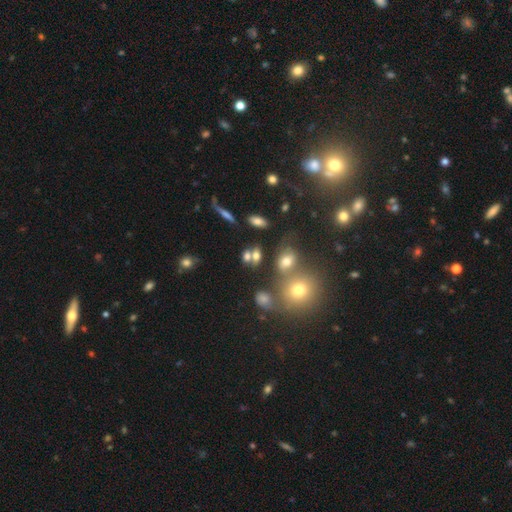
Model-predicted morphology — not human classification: type=smooth (64%); roundness=in between (65%); merging=none (48%).